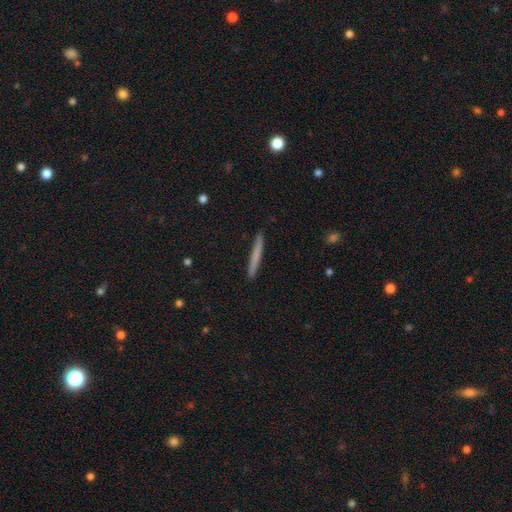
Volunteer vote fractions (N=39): A smooth galaxy with no disk features (69%) that is cigar-shaped (96%).

Vote fractions:
- Smooth or featured? smooth: 69% / featured or disk: 31% / star or artifact: 0%
- How rounded? cigar-shaped: 96% / round: 4% / in between: 0%
- Merging? none: 95% / minor disturbance: 3% / major disturbance: 3% / merger: 0%